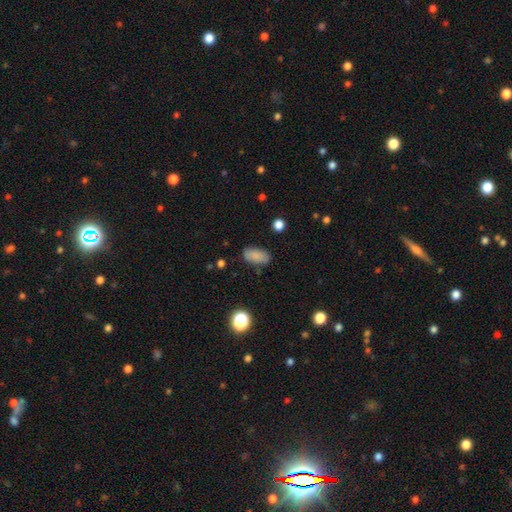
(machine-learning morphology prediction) A smooth galaxy with no disk features (85%) that is in between round and cigar-shaped (92%).

Vote fractions:
- Smooth or featured? smooth: 85% / star or artifact: 8% / featured or disk: 6%
- How rounded? in between: 92% / round: 4% / cigar-shaped: 4%
- Merging? none: 81% / minor disturbance: 14% / major disturbance: 3% / merger: 2%